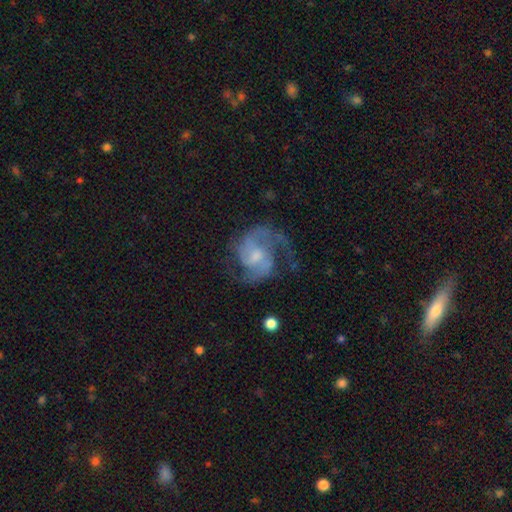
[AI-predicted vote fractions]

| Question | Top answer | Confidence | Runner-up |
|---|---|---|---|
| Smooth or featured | featured or disk | 87% | smooth (7%) |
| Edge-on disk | no | 98% | yes (2%) |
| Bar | weak | 50% | no (39%) |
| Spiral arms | yes | 96% | no (4%) |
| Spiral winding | medium | 56% | tight (22%) |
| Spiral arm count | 2 | 79% | 3 (7%) |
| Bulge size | small | 44% | moderate (38%) |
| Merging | none | 65% | minor disturbance (18%) |